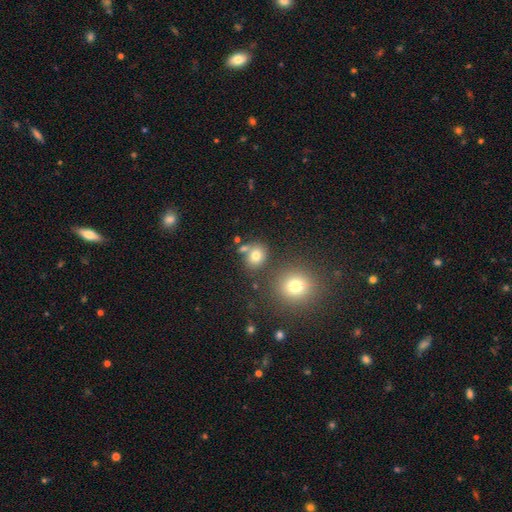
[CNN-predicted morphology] Smooth or featured: smooth — 75% (star or artifact — 16%)
How rounded: round — 66% (in between — 33%)
Merging: none — 68% (merger — 16%)